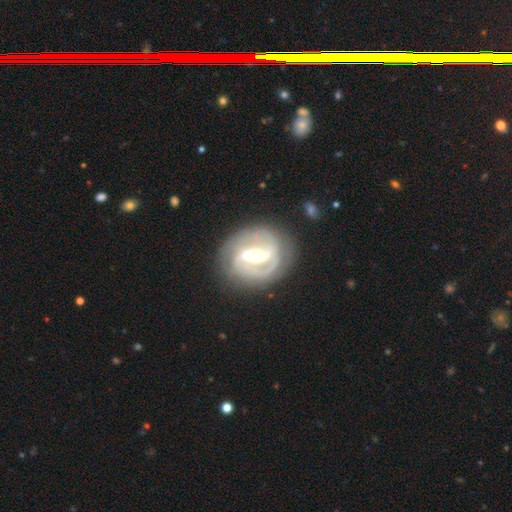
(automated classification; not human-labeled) Morphology: type=featured or disk (86%); edge-on=no (96%); bar=strong (61%); spiral arms=yes (92%); winding=tight (46%); arm count=2 (69%); bulge=moderate (57%); merging=none (77%).